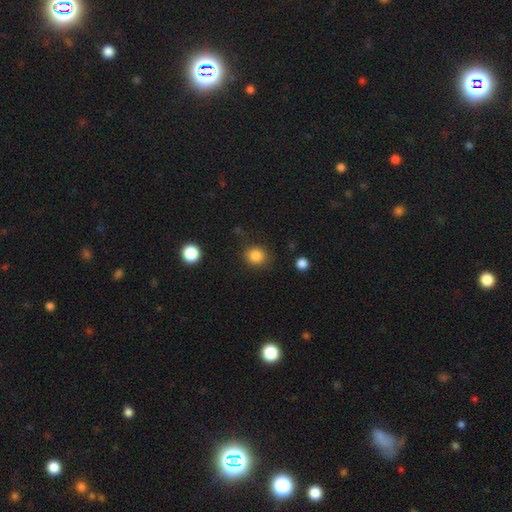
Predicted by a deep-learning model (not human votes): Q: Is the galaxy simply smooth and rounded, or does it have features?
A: smooth — 85%.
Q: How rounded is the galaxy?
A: round — 82%.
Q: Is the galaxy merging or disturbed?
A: none — 83%.